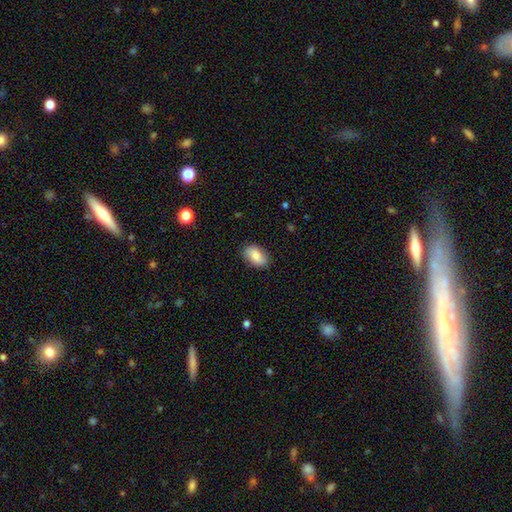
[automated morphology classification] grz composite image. It shows a smooth galaxy with no disk features (81%) that is in between round and cigar-shaped (90%). Merging: none (85%).